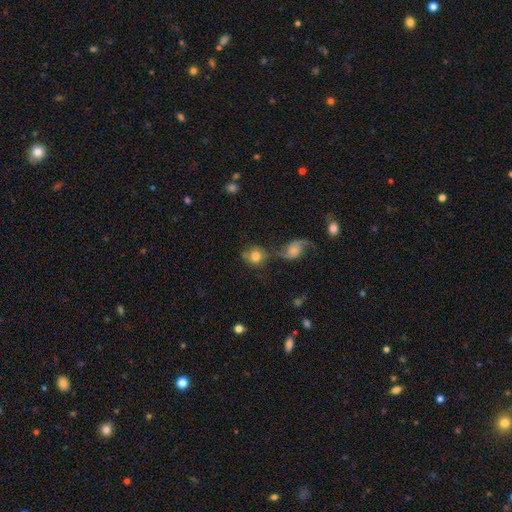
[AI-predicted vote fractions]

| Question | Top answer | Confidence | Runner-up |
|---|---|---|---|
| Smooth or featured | smooth | 70% | featured or disk (21%) |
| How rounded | round | 81% | in between (17%) |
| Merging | none | 47% | merger (29%) |